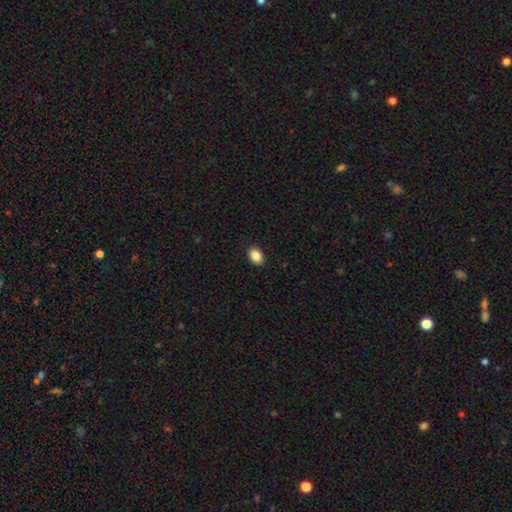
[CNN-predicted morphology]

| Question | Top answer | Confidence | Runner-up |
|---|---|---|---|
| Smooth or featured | smooth | 88% | star or artifact (9%) |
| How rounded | in between | 69% | round (30%) |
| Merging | none | 90% | minor disturbance (7%) |